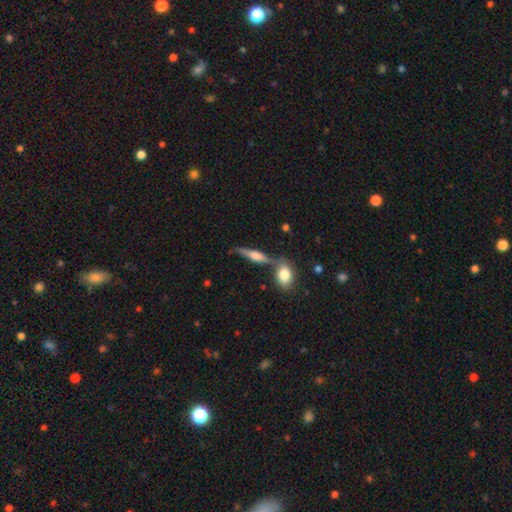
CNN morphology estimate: This is likely a featured or disk galaxy (61%). It is clearly viewed edge-on (94%). Edge-on bulge: clearly rounded (84%). Merging: likely none (64%).